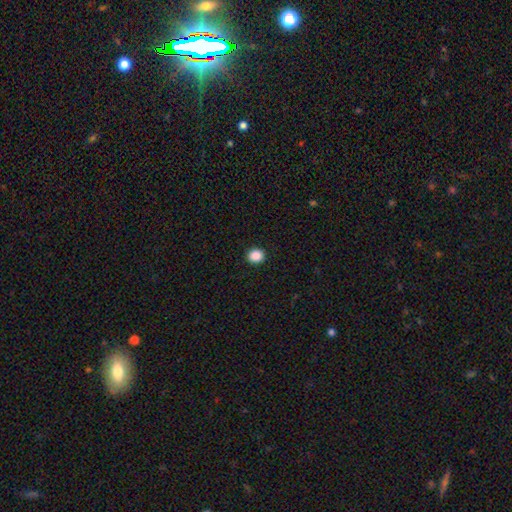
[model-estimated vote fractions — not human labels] smooth-or-featured: smooth: 88% | star or artifact: 10% | featured or disk: 3%
  how-rounded: round: 78% | in between: 21% | cigar-shaped: 1%
  merging: none: 92% | minor disturbance: 5% | major disturbance: 2% | merger: 1%